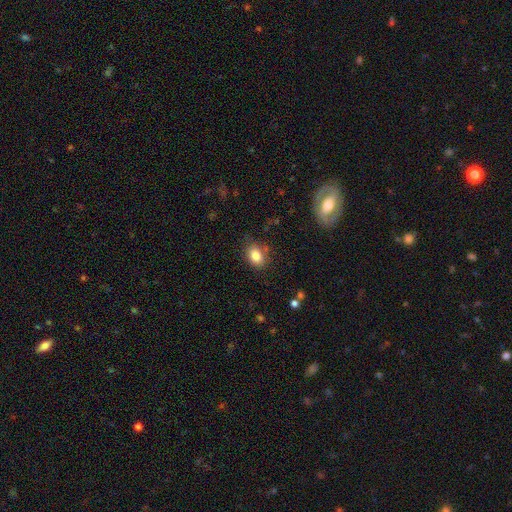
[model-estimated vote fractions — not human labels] smooth_or_featured: smooth (p=0.83) [alt: star or artifact p=0.09]
how_rounded: in between (p=0.69) [alt: round p=0.30]
merging: none (p=0.79) [alt: minor disturbance p=0.15]